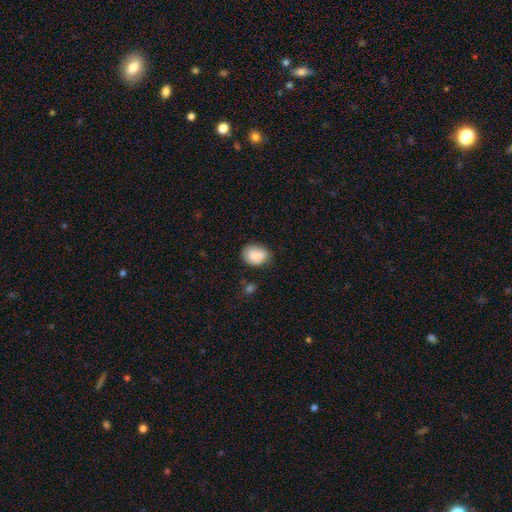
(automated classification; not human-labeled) This is clearly a smooth galaxy (82%). How rounded: possibly in between (57%). Merging: likely none (67%).